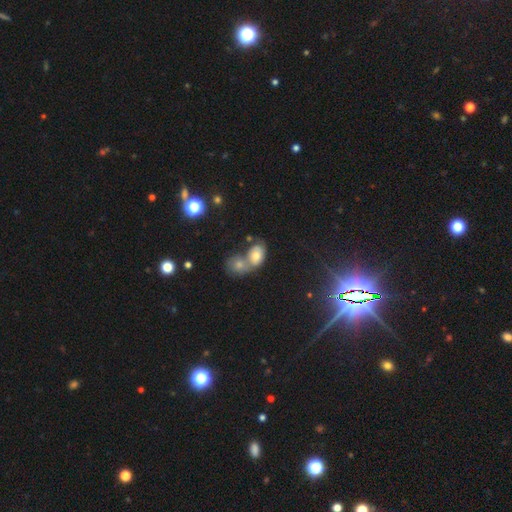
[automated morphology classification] Smooth or featured: smooth — 68% (featured or disk — 20%)
How rounded: in between — 77% (round — 21%)
Merging: merger — 59% (none — 26%)